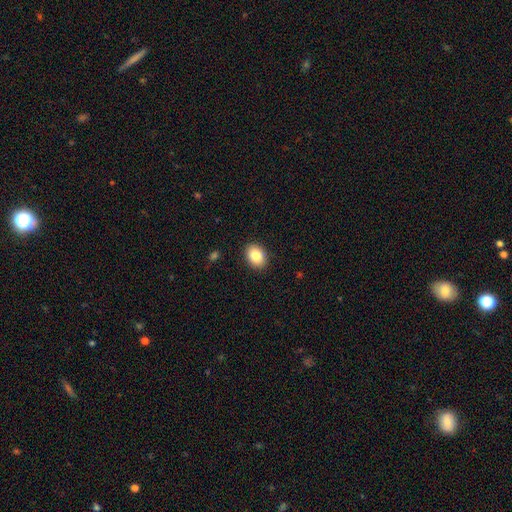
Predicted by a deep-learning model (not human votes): Smooth or featured: smooth — 84% (star or artifact — 8%)
How rounded: in between — 67% (round — 32%)
Merging: none — 90% (minor disturbance — 7%)